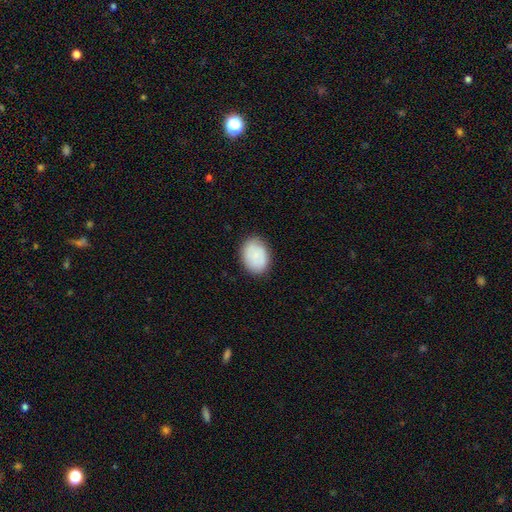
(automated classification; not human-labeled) A smooth galaxy with no disk features (82%) that is in between round and cigar-shaped (72%).

Vote fractions:
- Smooth or featured? smooth: 82% / featured or disk: 11% / star or artifact: 7%
- How rounded? in between: 72% / round: 27% / cigar-shaped: 1%
- Merging? none: 84% / minor disturbance: 12% / major disturbance: 3% / merger: 1%